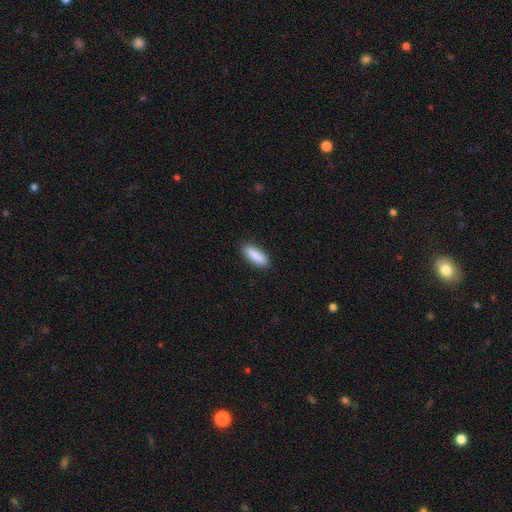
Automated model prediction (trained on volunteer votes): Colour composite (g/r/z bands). It shows a smooth galaxy with no disk features (90%) that is in between round and cigar-shaped (63%). Merging: none (89%).